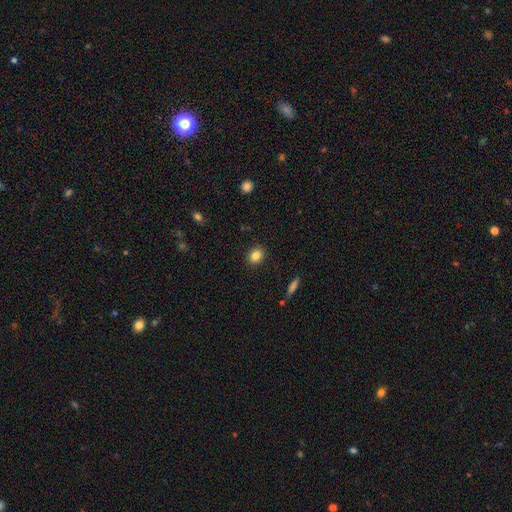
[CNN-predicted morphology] The model was most divided on "how rounded": round: 53%, in between: 45%, cigar-shaped: 1%. More confident: merging — none (89%); smooth or featured — smooth (84%).